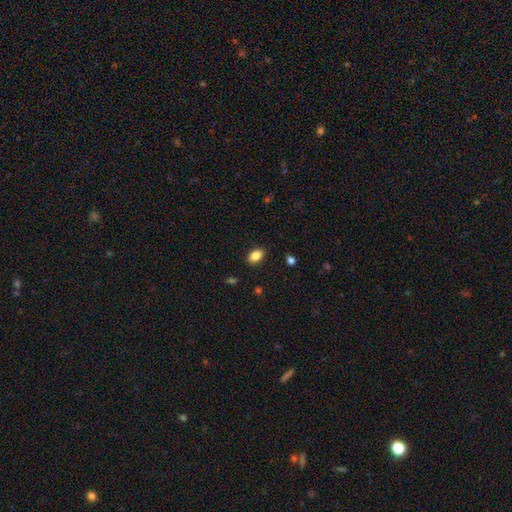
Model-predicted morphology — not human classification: smooth_or_featured: smooth (p=0.85) [alt: star or artifact p=0.09]
how_rounded: in between (p=0.85) [alt: round p=0.13]
merging: none (p=0.87) [alt: minor disturbance p=0.10]